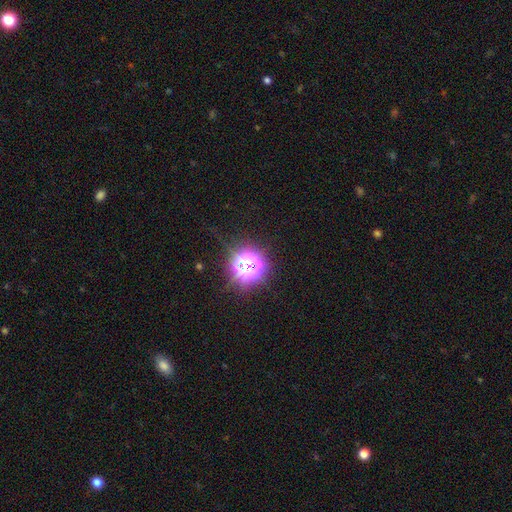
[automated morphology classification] This appears to be a star or artifact, not a galaxy (74%).